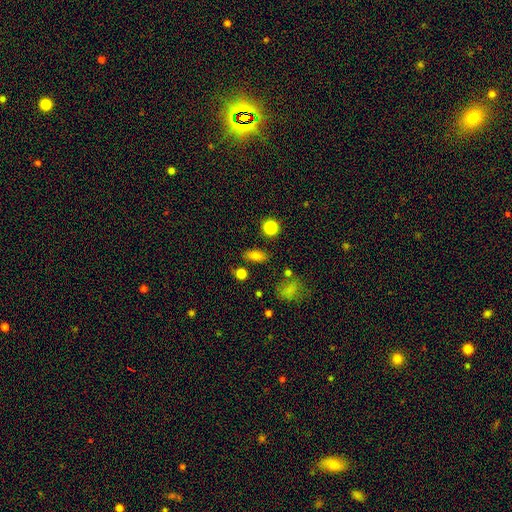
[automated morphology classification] Smooth or featured? Predicted: smooth (p=0.79). How rounded? Predicted: in between (p=0.78). Merging? Predicted: none (p=0.82).